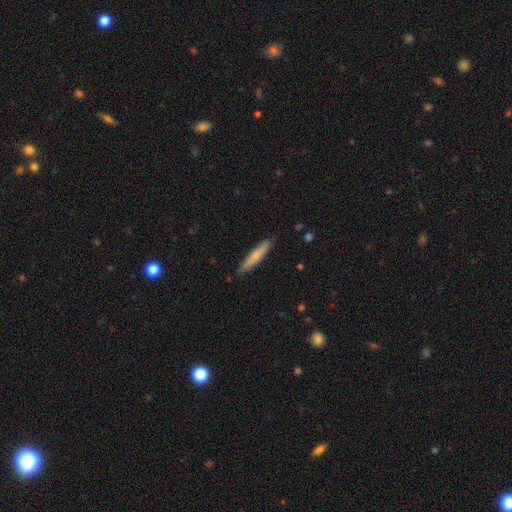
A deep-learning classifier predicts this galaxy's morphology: The model was most divided on "smooth or featured": smooth: 70%, featured or disk: 25%, star or artifact: 6%. More confident: how rounded — cigar-shaped (90%); merging — none (87%).